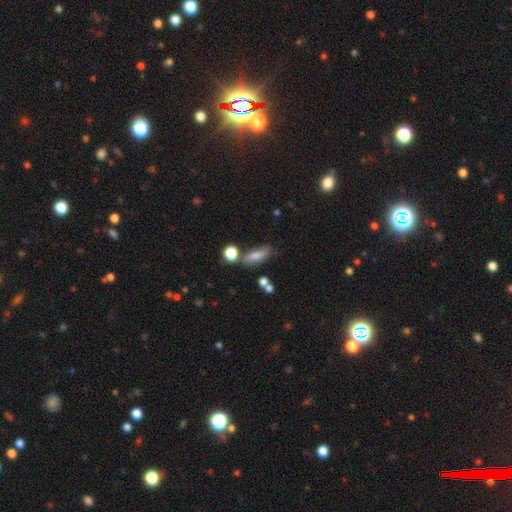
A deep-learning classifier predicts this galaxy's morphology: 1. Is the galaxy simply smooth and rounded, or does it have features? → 74% smooth, 16% featured or disk, 10% star or artifact.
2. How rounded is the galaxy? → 56% in between, 38% cigar-shaped, 6% round.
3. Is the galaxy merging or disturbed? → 59% none, 20% minor disturbance, 13% merger, 8% major disturbance.